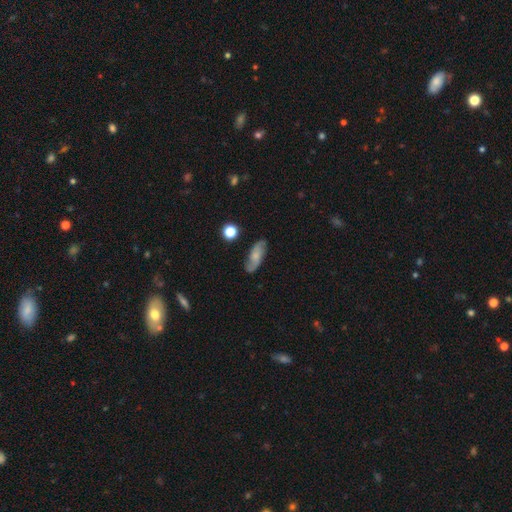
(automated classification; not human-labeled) smooth 47%, featured or disk 45%, star or artifact 8%. Down the decision tree: merging — none (80%).